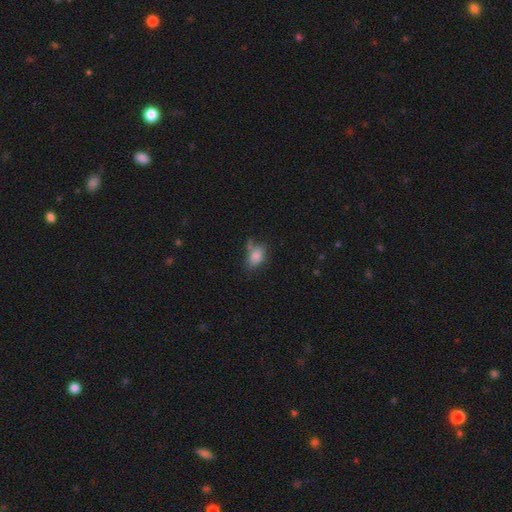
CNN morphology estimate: This appears to be a smooth galaxy with no disk features (80%) that is in between round and cigar-shaped (81%). Merging: none (53%).